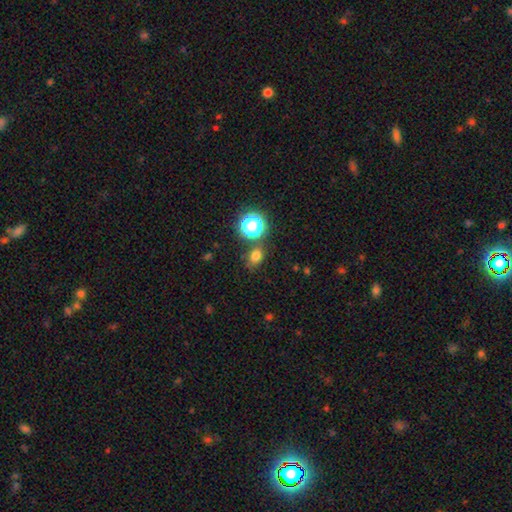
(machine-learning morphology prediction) Overall: smooth (73%). How rounded: round (50%; in between 49%). Merging: none (73%).